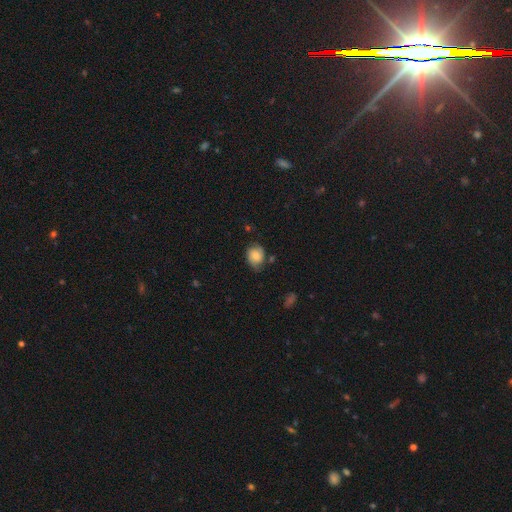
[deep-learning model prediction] Overall: smooth (62%; featured or disk 29%). How rounded: round (55%; in between 44%). Merging: none (62%; minor disturbance 27%).